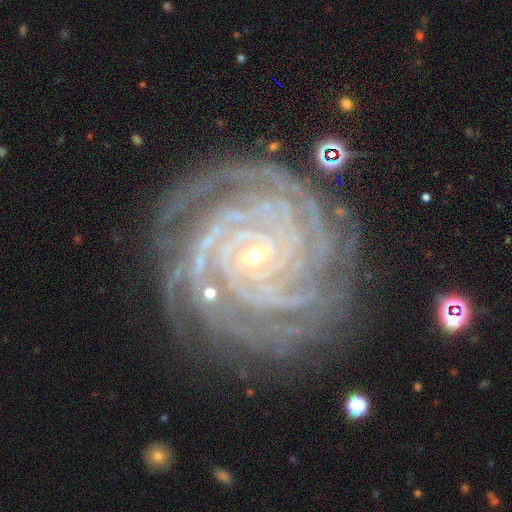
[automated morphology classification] A featured or disk galaxy (93%) with no bar (48%), 4 (25%) tight (87%) spiral arms (99%) and a small central bulge (74%). Merging: none (76%).